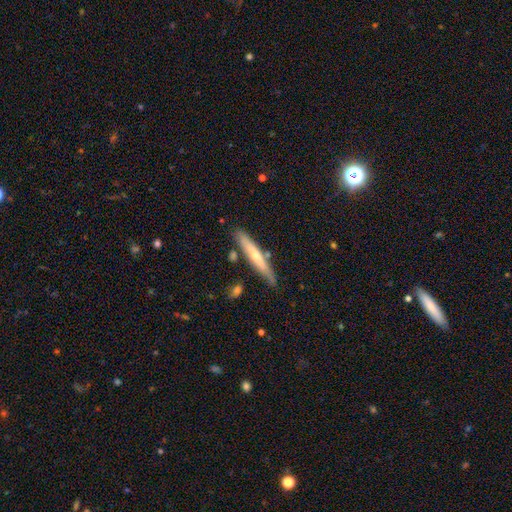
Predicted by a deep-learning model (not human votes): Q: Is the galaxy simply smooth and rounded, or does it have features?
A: featured or disk — 48%.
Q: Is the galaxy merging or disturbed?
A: none — 81%.